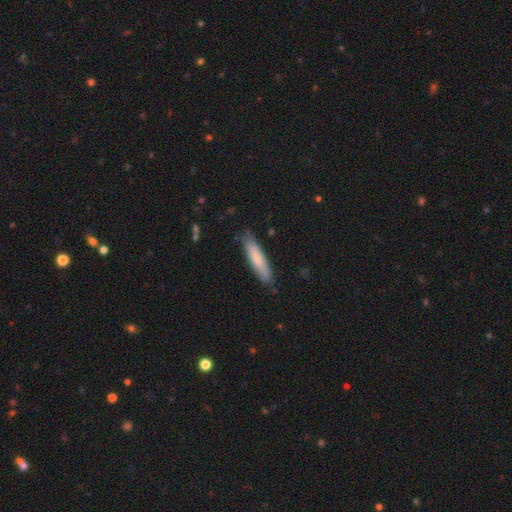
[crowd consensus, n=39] Overall: smooth (54%; featured or disk 38%). How rounded: cigar-shaped (95%). Merging: none (89%).